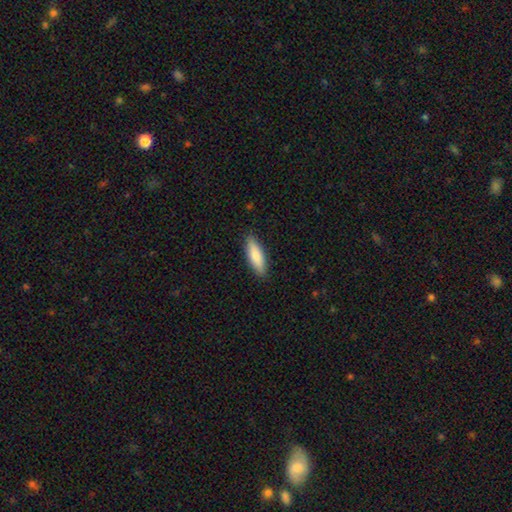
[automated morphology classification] This appears to be a smooth galaxy with no disk features (83%) that is cigar-shaped (52%). Merging: none (88%).